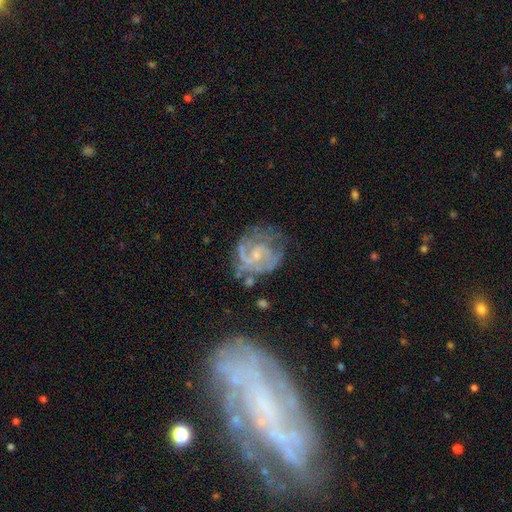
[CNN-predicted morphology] Q: Smooth or featured?
A: featured or disk (83%); runner-up: smooth (10%)
Q: Edge-on disk?
A: no (98%); runner-up: yes (2%)
Q: Bar?
A: no (55%); runner-up: weak (38%)
Q: Spiral arms?
A: yes (92%); runner-up: no (8%)
Q: Spiral winding?
A: tight (51%); runner-up: medium (38%)
Q: Spiral arm count?
A: 2 (43%); runner-up: can't tell (26%)
Q: Bulge size?
A: small (69%); runner-up: moderate (21%)
Q: Merging?
A: none (57%); runner-up: minor disturbance (22%)